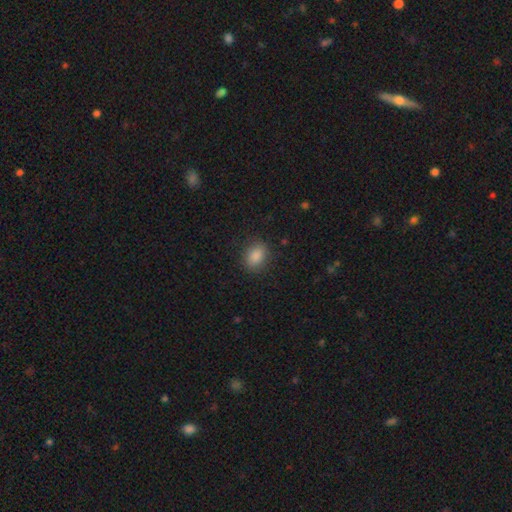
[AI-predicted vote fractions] Smooth or featured?
  - smooth: 85% *
  - star or artifact: 10%
  - featured or disk: 5%
How rounded?
  - in between: 68% *
  - round: 30%
  - cigar-shaped: 2%
Merging?
  - none: 87% *
  - minor disturbance: 9%
  - major disturbance: 3%
  - merger: 1%